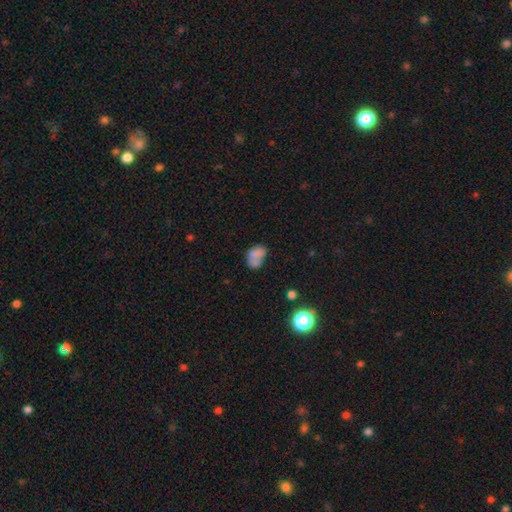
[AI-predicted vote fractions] A smooth galaxy with no disk features (66%) that is in between round and cigar-shaped (77%). Merging: merger (35%).